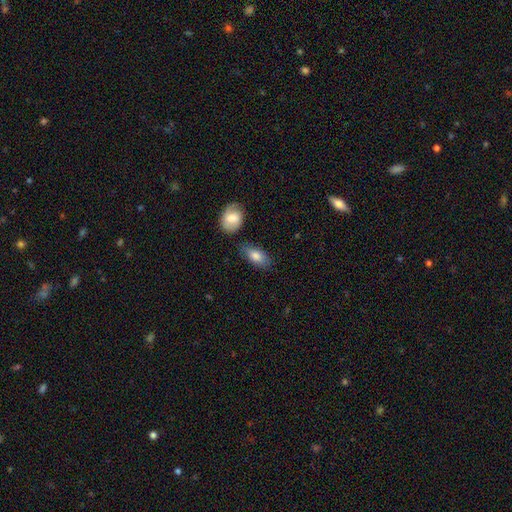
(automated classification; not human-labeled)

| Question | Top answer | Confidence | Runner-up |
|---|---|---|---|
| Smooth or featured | smooth | 81% | featured or disk (13%) |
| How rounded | in between | 91% | cigar-shaped (5%) |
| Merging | none | 75% | minor disturbance (16%) |